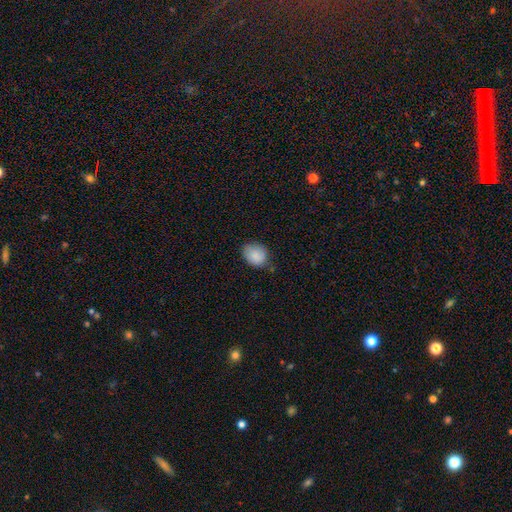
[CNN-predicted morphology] Smooth or featured?
  - smooth: 88% *
  - star or artifact: 7%
  - featured or disk: 5%
How rounded?
  - in between: 55% *
  - round: 44%
  - cigar-shaped: 1%
Merging?
  - none: 69% *
  - minor disturbance: 25%
  - major disturbance: 4%
  - merger: 2%